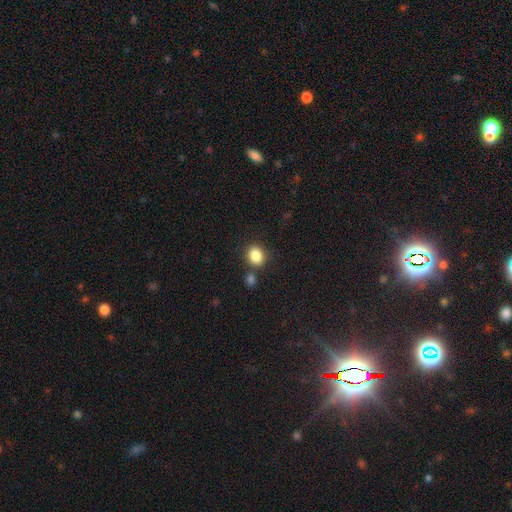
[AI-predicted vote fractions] smooth 85%, star or artifact 10%, featured or disk 5%. Down the decision tree: how rounded — round (62%); merging — none (75%).